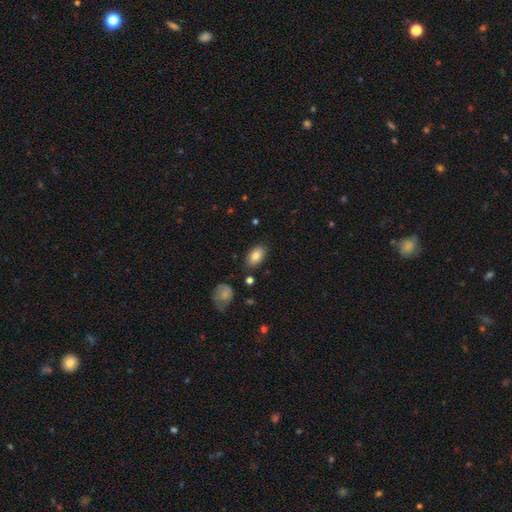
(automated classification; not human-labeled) smooth-or-featured: smooth: 82% | featured or disk: 10% | star or artifact: 8%
  how-rounded: in between: 90% | round: 9% | cigar-shaped: 1%
  merging: none: 83% | minor disturbance: 12% | major disturbance: 3% | merger: 3%